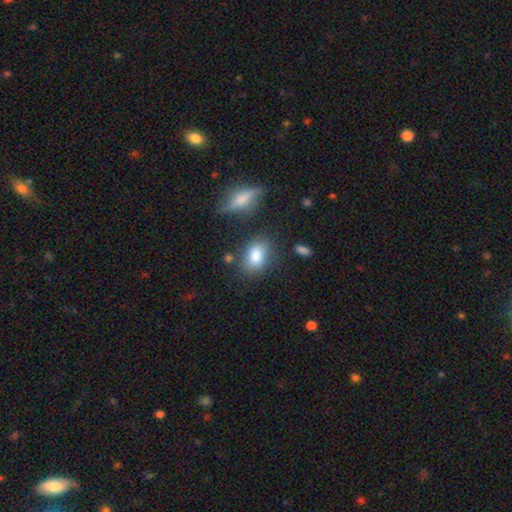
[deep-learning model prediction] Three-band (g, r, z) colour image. It shows a smooth galaxy with no disk features (83%) that is in between round and cigar-shaped (81%). Merging: none (71%).